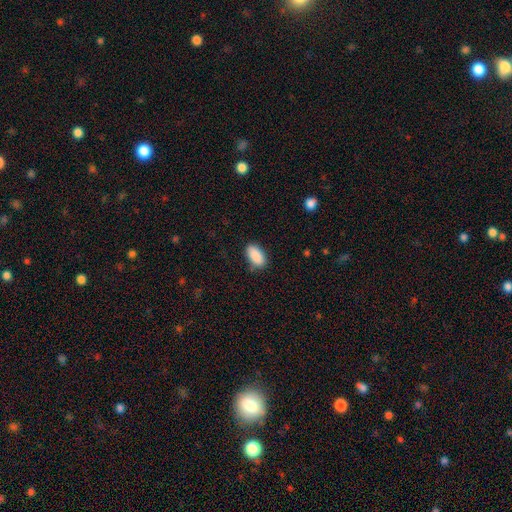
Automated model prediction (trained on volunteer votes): smooth 90%, star or artifact 7%, featured or disk 3%. Down the decision tree: how rounded — in between (93%); merging — none (84%).